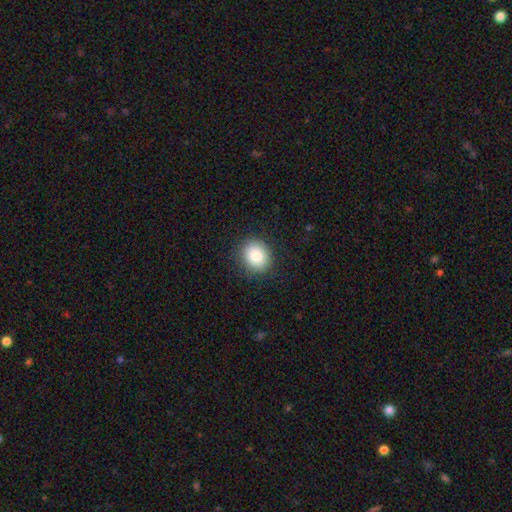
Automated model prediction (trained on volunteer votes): This is clearly a smooth galaxy (86%). How rounded: likely round (68%). Merging: clearly none (88%).